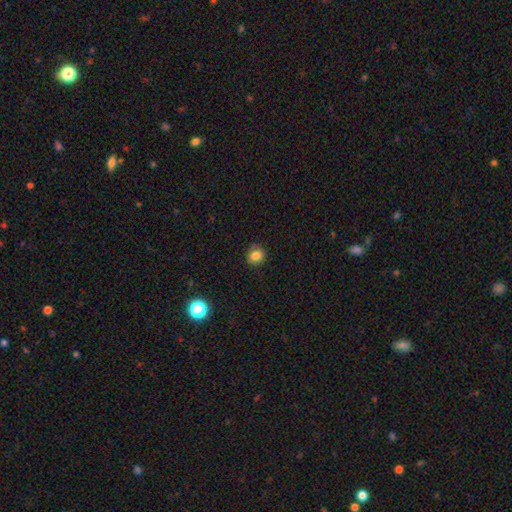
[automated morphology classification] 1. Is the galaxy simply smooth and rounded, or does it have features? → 82% smooth, 11% star or artifact, 7% featured or disk.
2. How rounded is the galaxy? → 64% round, 35% in between, 1% cigar-shaped.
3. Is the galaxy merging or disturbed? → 80% none, 15% minor disturbance, 3% major disturbance, 2% merger.